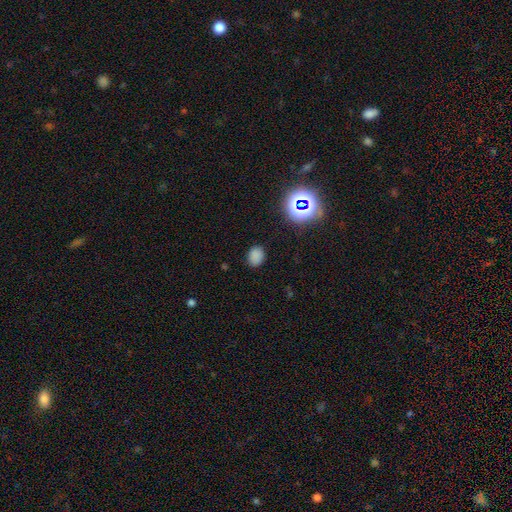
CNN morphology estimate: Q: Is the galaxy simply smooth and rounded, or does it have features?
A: smooth — 76%.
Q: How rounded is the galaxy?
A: in between — 58%.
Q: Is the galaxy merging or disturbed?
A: none — 83%.